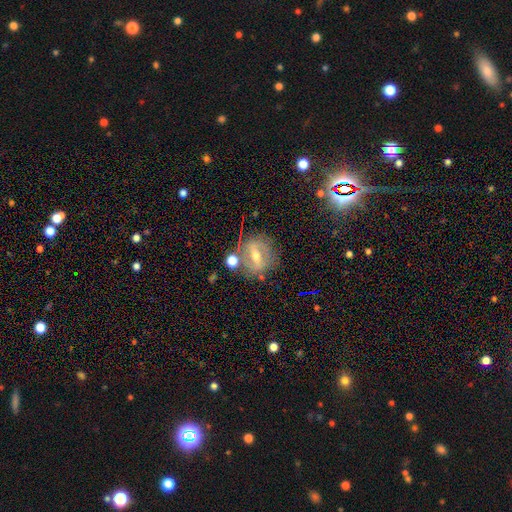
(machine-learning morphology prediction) This is likely a featured or disk galaxy (70%). It is clearly not viewed edge-on (86%). Bar: likely strong (62%). Spiral arm pattern: possibly yes (59%). Central bulge: likely moderate (63%). Merging: likely none (67%).